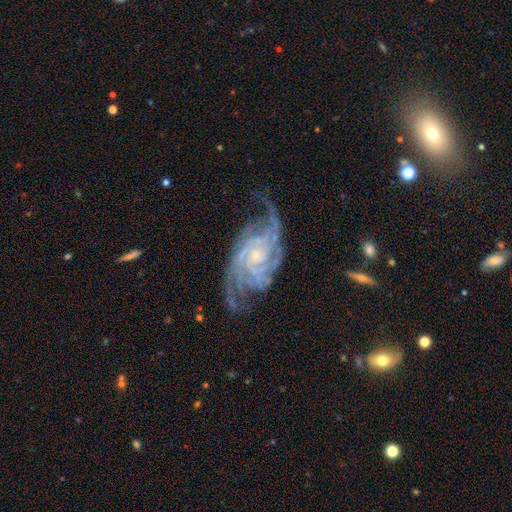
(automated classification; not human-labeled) Smooth or featured: featured or disk — 92% (star or artifact — 5%)
Edge-on disk: no — 97% (yes — 3%)
Bar: no — 65% (weak — 26%)
Spiral arms: yes — 98% (no — 2%)
Spiral winding: tight — 62% (medium — 31%)
Spiral arm count: 4 — 26% (3 — 23%)
Bulge size: small — 69% (moderate — 24%)
Merging: none — 65% (minor disturbance — 21%)